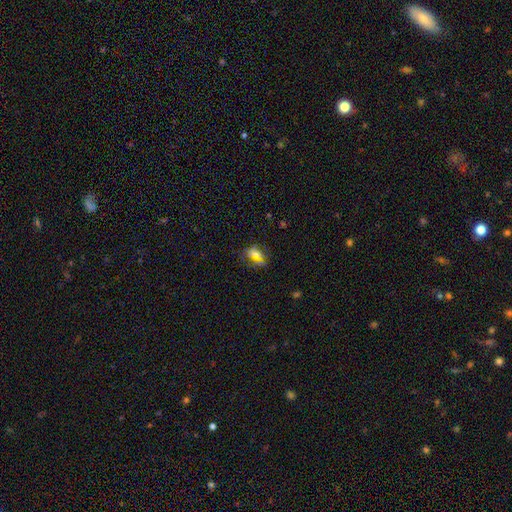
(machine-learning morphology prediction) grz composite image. It shows a smooth galaxy with no disk features (54%) that is in between round and cigar-shaped (51%). Merging: none (71%).